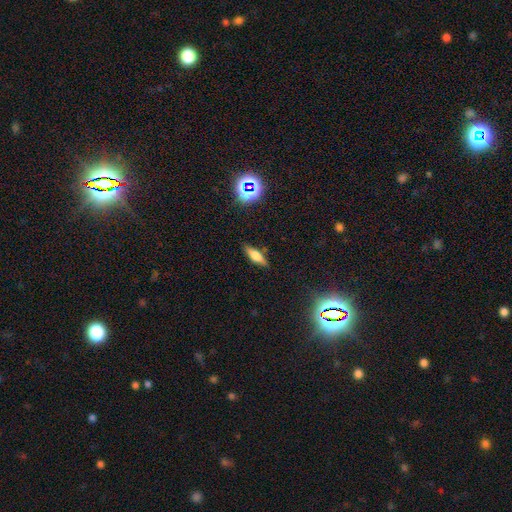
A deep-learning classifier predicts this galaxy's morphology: type=smooth (57%); roundness=cigar-shaped (51%); merging=none (84%).